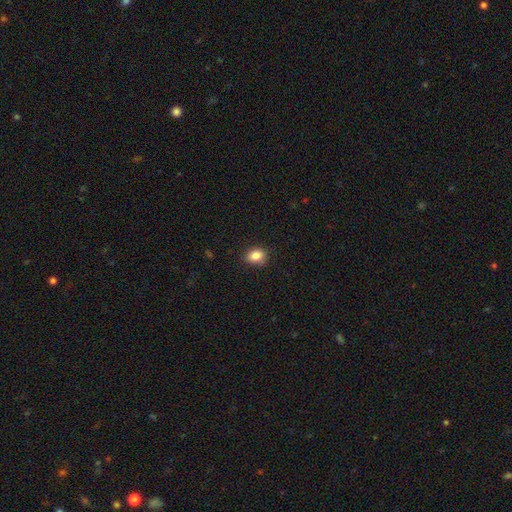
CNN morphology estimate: A smooth galaxy with no disk features (84%) that is in between round and cigar-shaped (63%).

Vote fractions:
- Smooth or featured? smooth: 84% / star or artifact: 10% / featured or disk: 6%
- How rounded? in between: 63% / round: 36% / cigar-shaped: 1%
- Merging? none: 80% / minor disturbance: 16% / major disturbance: 3% / merger: 1%